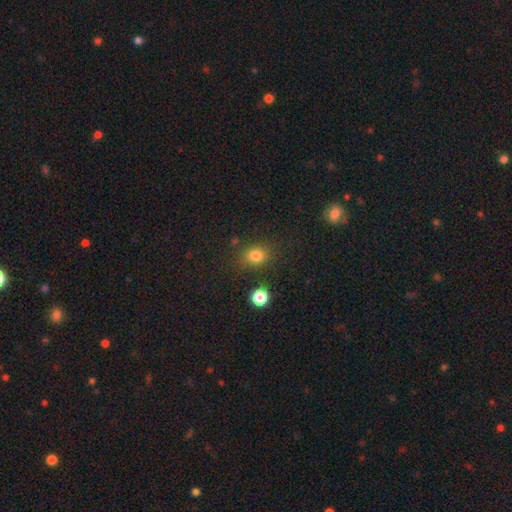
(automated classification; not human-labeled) Q: Smooth or featured?
A: smooth (80%); runner-up: star or artifact (14%)
Q: How rounded?
A: round (67%); runner-up: in between (32%)
Q: Merging?
A: none (81%); runner-up: minor disturbance (11%)